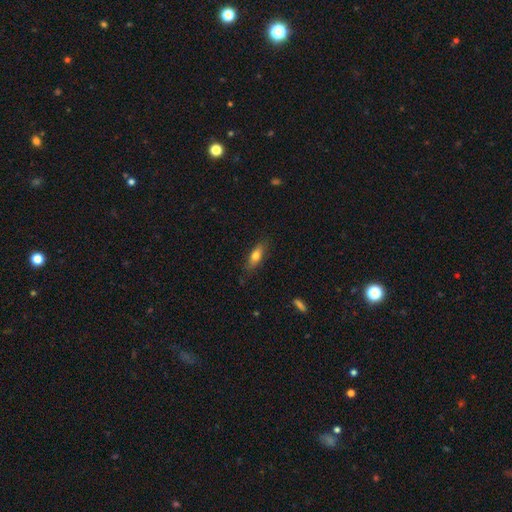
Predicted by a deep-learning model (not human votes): smooth 71%, featured or disk 22%, star or artifact 7%. Down the decision tree: how rounded — in between (61%); merging — none (81%).